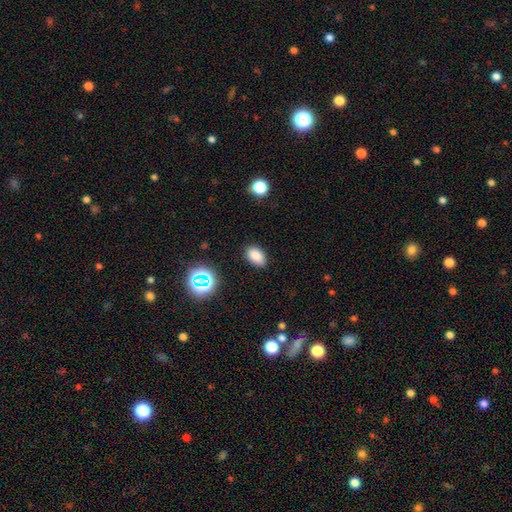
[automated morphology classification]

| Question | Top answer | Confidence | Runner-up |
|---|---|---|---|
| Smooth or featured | smooth | 82% | star or artifact (13%) |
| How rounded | in between | 89% | round (10%) |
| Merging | none | 86% | minor disturbance (10%) |